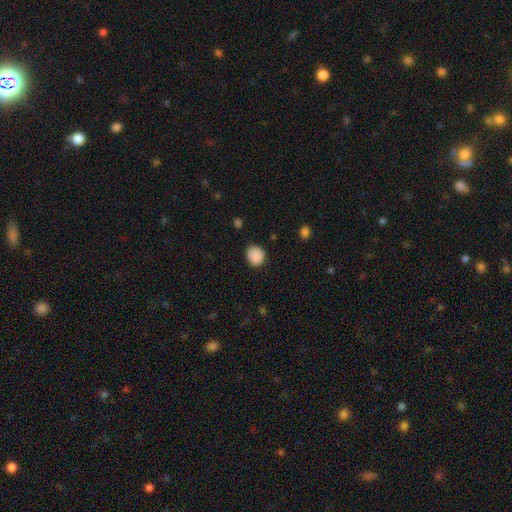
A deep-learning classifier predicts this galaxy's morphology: smooth-or-featured: smooth: 88% | star or artifact: 9% | featured or disk: 3%
  how-rounded: round: 81% | in between: 19% | cigar-shaped: 1%
  merging: none: 81% | minor disturbance: 15% | major disturbance: 3% | merger: 1%